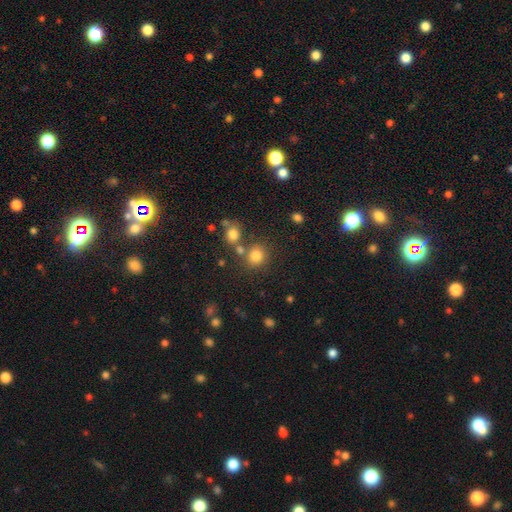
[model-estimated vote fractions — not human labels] A smooth galaxy with no disk features (78%) that is round (81%). Merging: none (67%).